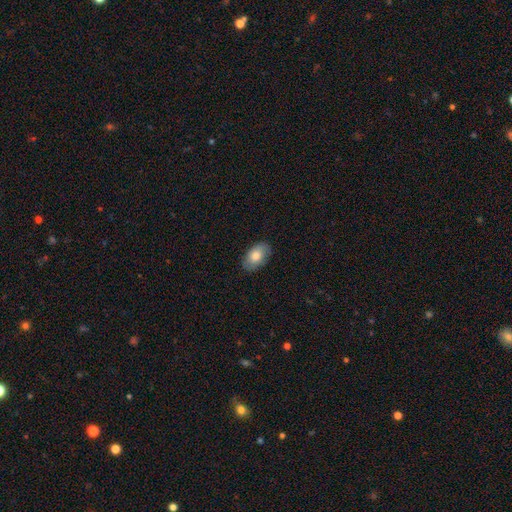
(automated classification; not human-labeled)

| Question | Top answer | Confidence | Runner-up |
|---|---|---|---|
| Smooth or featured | smooth | 78% | featured or disk (16%) |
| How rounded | in between | 93% | round (6%) |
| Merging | none | 87% | minor disturbance (10%) |